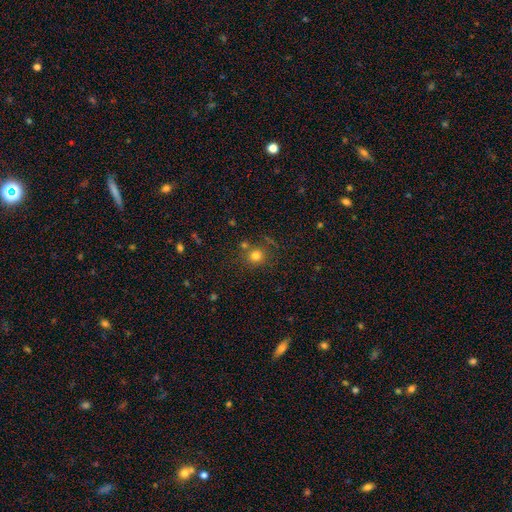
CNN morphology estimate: Overall: smooth (77%). How rounded: round (87%). Merging: none (72%).